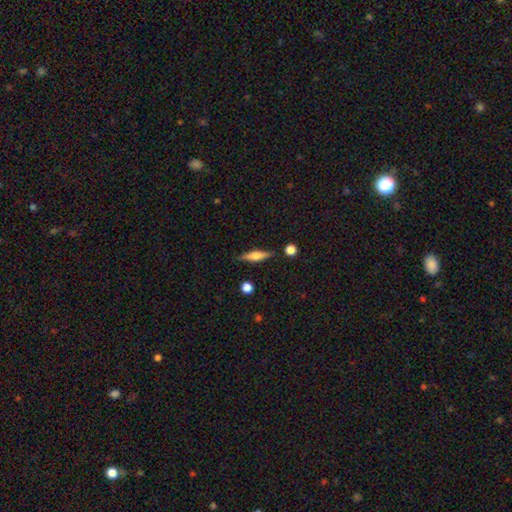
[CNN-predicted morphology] A featured or disk galaxy (52%) viewed edge-on (95%).

Vote fractions:
- Smooth or featured? featured or disk: 52% / smooth: 41% / star or artifact: 7%
- Edge-on disk? yes: 95% / no: 5%
- Merging? none: 85% / minor disturbance: 10% / merger: 3% / major disturbance: 2%